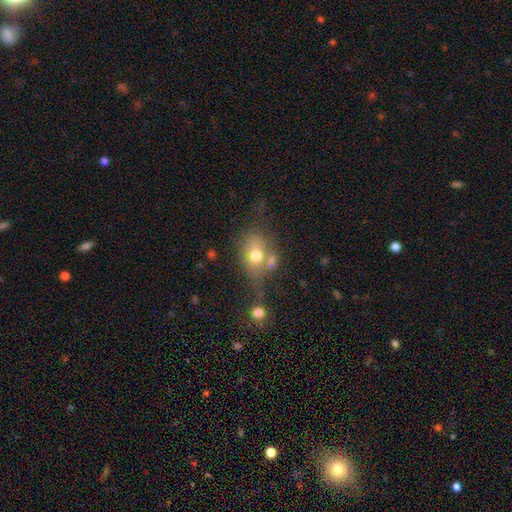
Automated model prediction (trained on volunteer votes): Smooth or featured: smooth — 70% (featured or disk — 19%)
How rounded: in between — 63% (round — 35%)
Merging: none — 40% (merger — 27%)